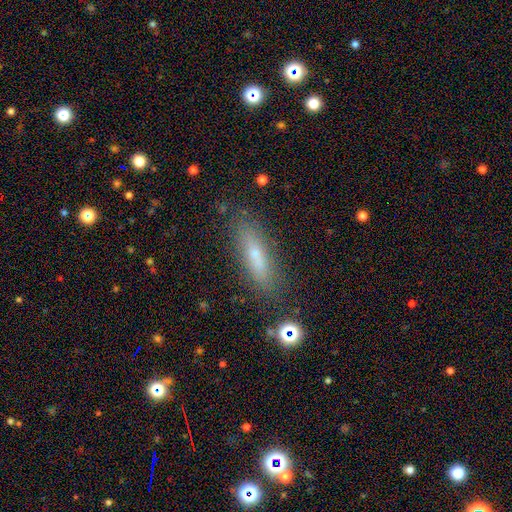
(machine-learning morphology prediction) This is likely a smooth galaxy (61%). How rounded: likely cigar-shaped (70%). Merging: clearly none (83%).